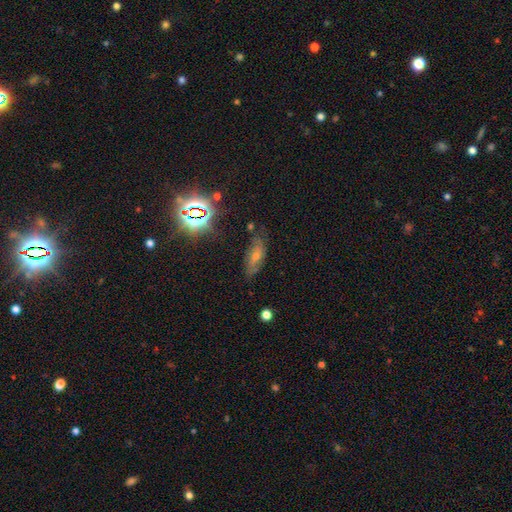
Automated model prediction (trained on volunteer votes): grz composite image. It shows a featured or disk galaxy (40%). Merging: none (71%).